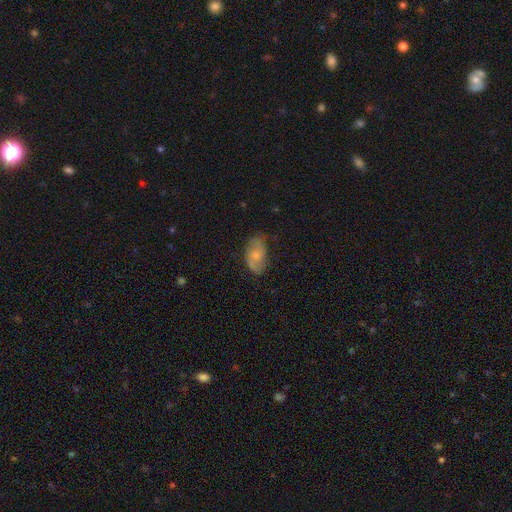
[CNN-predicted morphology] This appears to be a featured or disk galaxy (55%) with no bar (64%), spiral arms (84%) and a small central bulge (50%). Merging: none (68%).